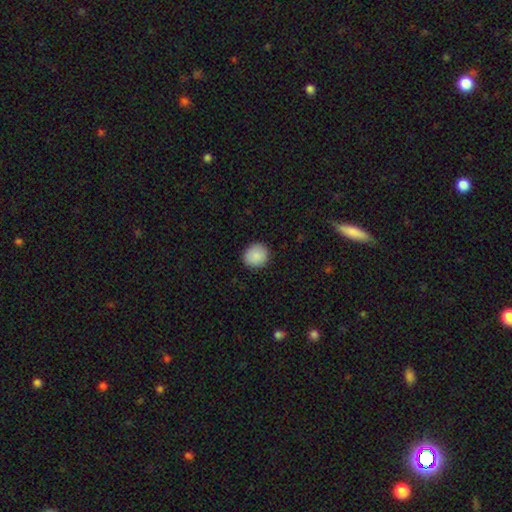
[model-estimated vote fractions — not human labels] Overall: smooth (89%). How rounded: round (85%). Merging: none (90%).